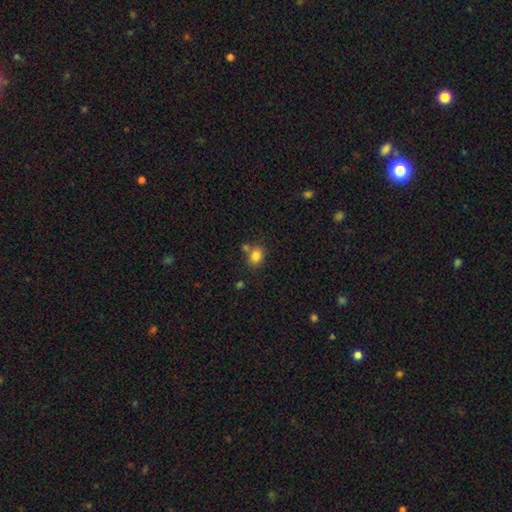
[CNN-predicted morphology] smooth-or-featured: smooth: 82% | star or artifact: 10% | featured or disk: 7%
  how-rounded: round: 59% | in between: 41% | cigar-shaped: 1%
  merging: none: 62% | merger: 21% | minor disturbance: 13% | major disturbance: 4%